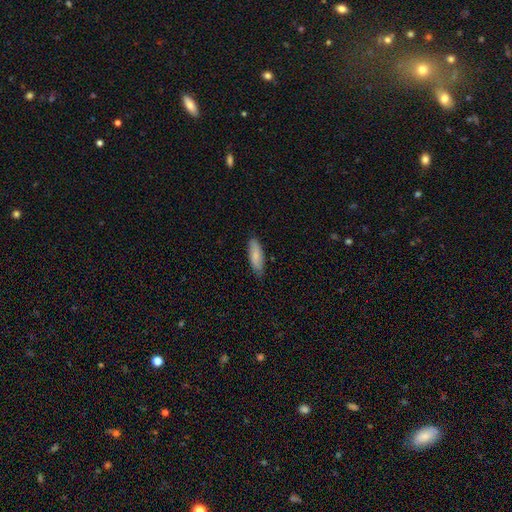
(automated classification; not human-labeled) Overall: smooth (80%). How rounded: in between (58%; cigar-shaped 40%). Merging: none (81%).